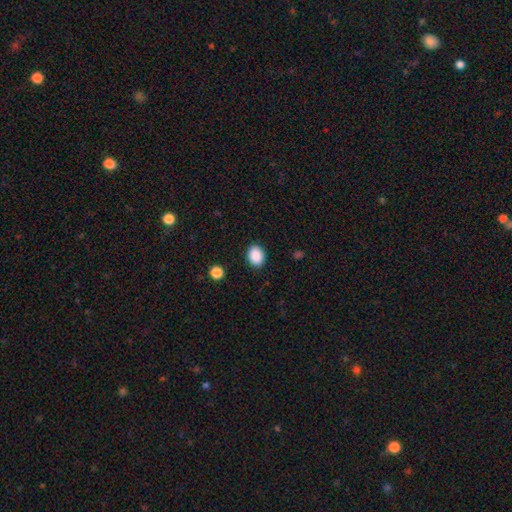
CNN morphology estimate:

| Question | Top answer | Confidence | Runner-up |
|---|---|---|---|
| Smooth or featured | smooth | 89% | star or artifact (8%) |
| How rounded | in between | 64% | round (35%) |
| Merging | none | 89% | minor disturbance (8%) |